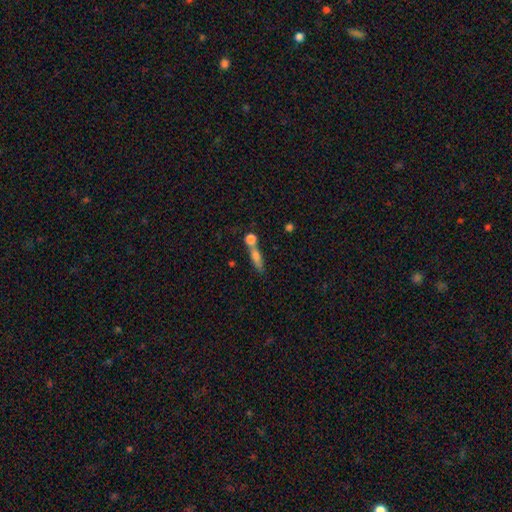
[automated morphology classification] Smooth or featured: smooth — 60% (featured or disk — 27%)
How rounded: cigar-shaped — 64% (in between — 26%)
Merging: none — 47% (merger — 36%)